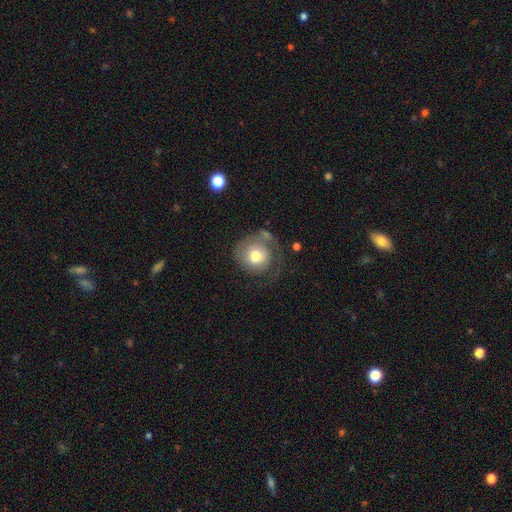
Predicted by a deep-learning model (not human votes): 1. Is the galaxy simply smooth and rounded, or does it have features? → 58% smooth, 35% featured or disk, 7% star or artifact.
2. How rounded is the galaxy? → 86% round, 13% in between, 1% cigar-shaped.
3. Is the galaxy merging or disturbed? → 45% none, 29% major disturbance, 21% minor disturbance, 6% merger.